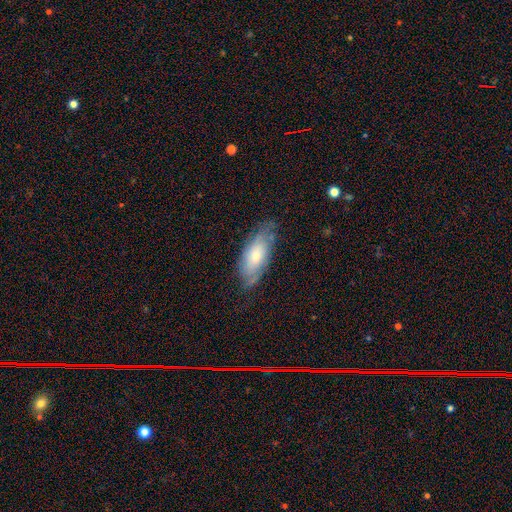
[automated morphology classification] This is possibly a smooth galaxy (49%). Merging: likely none (69%).